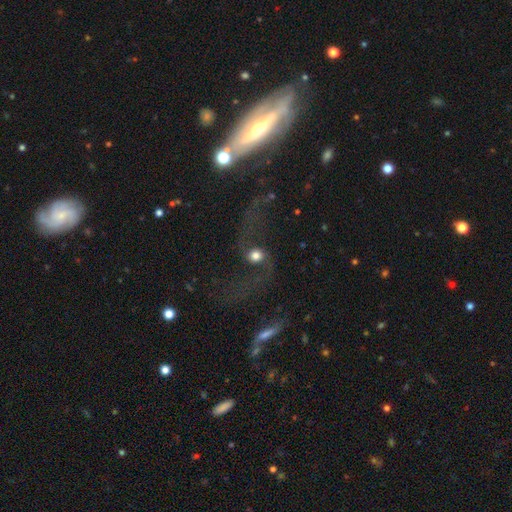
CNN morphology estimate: A featured or disk galaxy (70%) with no bar (66%), 2 (93%) loose (91%) spiral arms (87%) and a moderate central bulge (38%).

Vote fractions:
- Smooth or featured? featured or disk: 70% / smooth: 20% / star or artifact: 9%
- Edge-on disk? no: 92% / yes: 8%
- Bar? no: 66% / weak: 24% / strong: 10%
- Spiral arms? yes: 87% / no: 13%
- Spiral winding? loose: 91% / medium: 7% / tight: 2%
- Spiral arm count? 2: 93% / 1: 3% / can't tell: 1% / 3: 1% / 4: 1% / more than 4: 1%
- Bulge size? moderate: 38% / large: 32% / dominant: 15% / small: 12% / none: 3%
- Merging? none: 50% / major disturbance: 29% / minor disturbance: 14% / merger: 7%